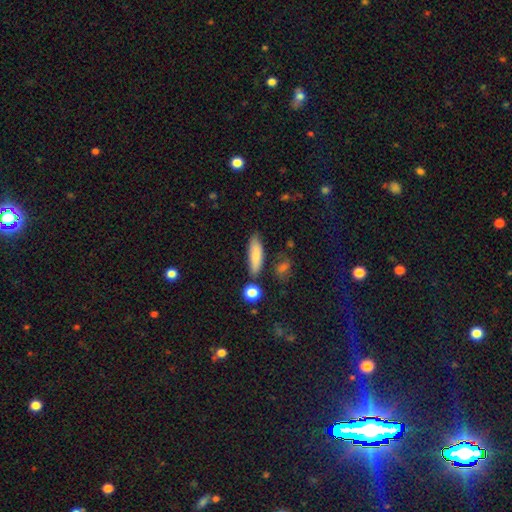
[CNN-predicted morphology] The model was most divided on "how rounded": cigar-shaped: 49%, in between: 48%, round: 3%. More confident: smooth or featured — smooth (81%); merging — none (75%).